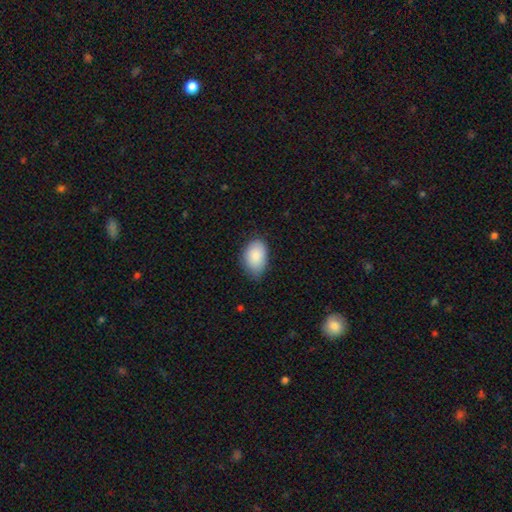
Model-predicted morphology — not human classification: type=smooth (87%); roundness=in between (88%); merging=none (70%).